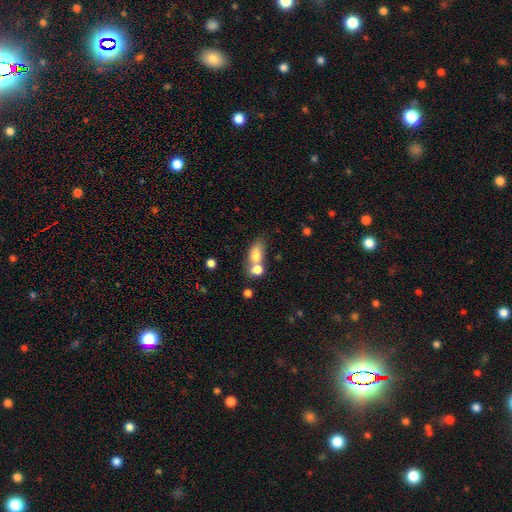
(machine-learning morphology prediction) Q: Smooth or featured?
A: smooth (78%); runner-up: featured or disk (13%)
Q: How rounded?
A: in between (80%); runner-up: round (14%)
Q: Merging?
A: merger (52%); runner-up: none (31%)